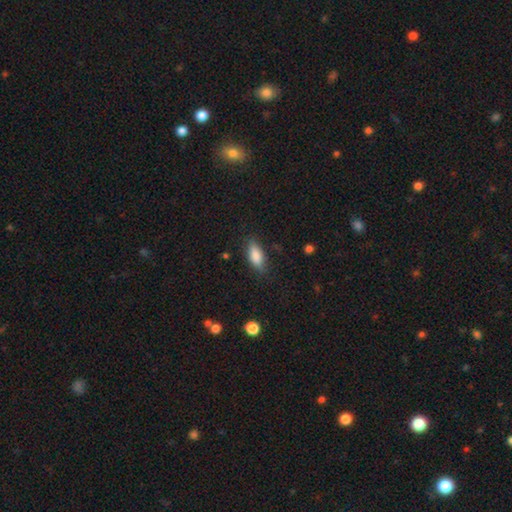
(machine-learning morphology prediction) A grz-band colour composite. It shows a smooth galaxy with no disk features (82%) that is in between round and cigar-shaped (79%). Merging: none (79%).